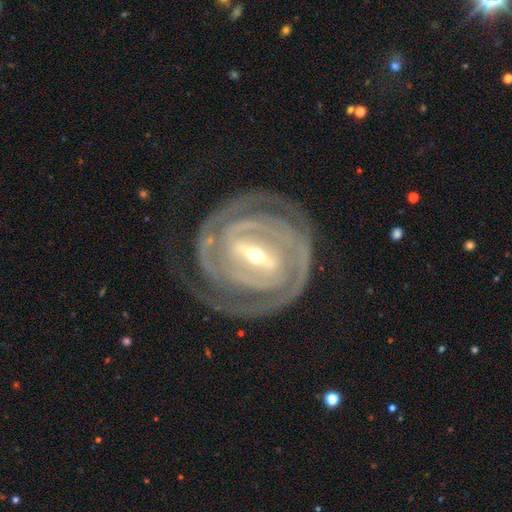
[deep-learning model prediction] A featured or disk galaxy (92%) with a strong bar (72%), 2 (67%) tight (80%) spiral arms (96%) and a small central bulge (62%).

Vote fractions:
- Smooth or featured? featured or disk: 92% / smooth: 4% / star or artifact: 4%
- Edge-on disk? no: 96% / yes: 4%
- Bar? strong: 72% / weak: 20% / no: 7%
- Spiral arms? yes: 96% / no: 4%
- Spiral winding? tight: 80% / medium: 17% / loose: 4%
- Spiral arm count? 2: 67% / can't tell: 12% / 3: 9% / 4: 4% / 1: 4% / more than 4: 4%
- Bulge size? small: 62% / moderate: 34% / large: 2% / dominant: 1% / none: 1%
- Merging? none: 77% / minor disturbance: 13% / major disturbance: 8% / merger: 2%